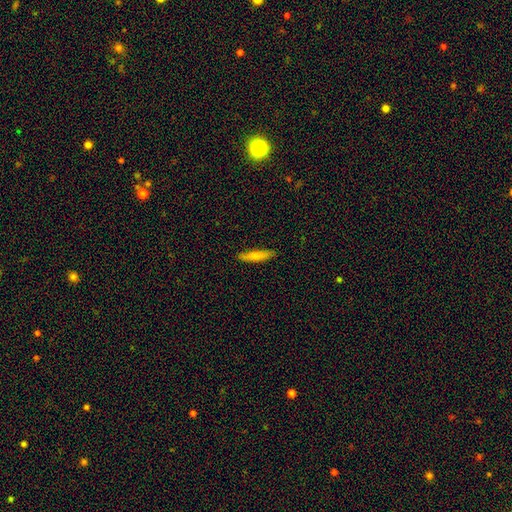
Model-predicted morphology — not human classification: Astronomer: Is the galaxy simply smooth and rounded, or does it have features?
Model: smooth — 76%.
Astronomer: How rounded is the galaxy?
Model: cigar-shaped — 84%.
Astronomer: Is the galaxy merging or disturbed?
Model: none — 88%.